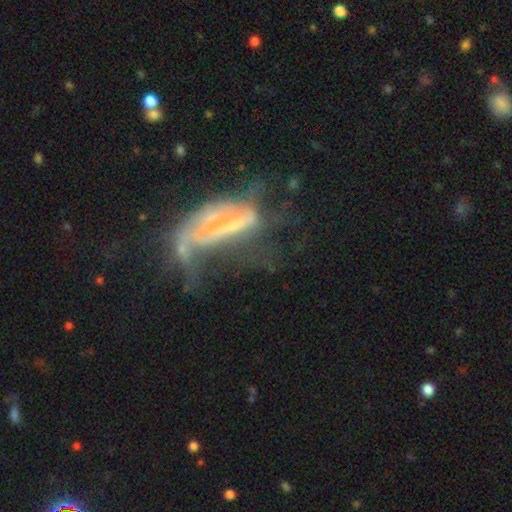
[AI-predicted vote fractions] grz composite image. It shows a featured or disk galaxy (56%). Merging: major disturbance (50%).